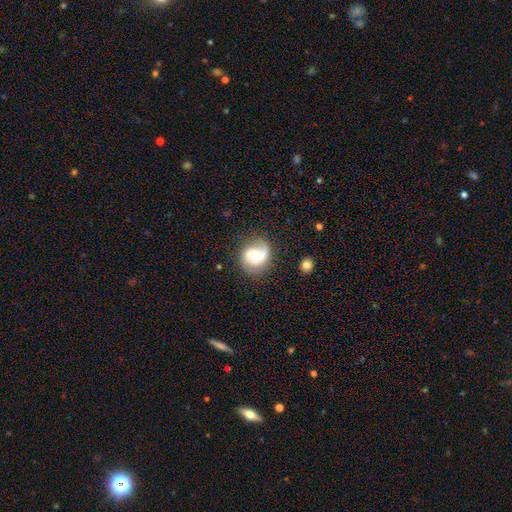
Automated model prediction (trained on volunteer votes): This appears to be a featured or disk galaxy (70%) with no bar (52%), 2 (61%) medium (41%) spiral arms (92%) and a moderate central bulge (53%). Merging: none (69%).